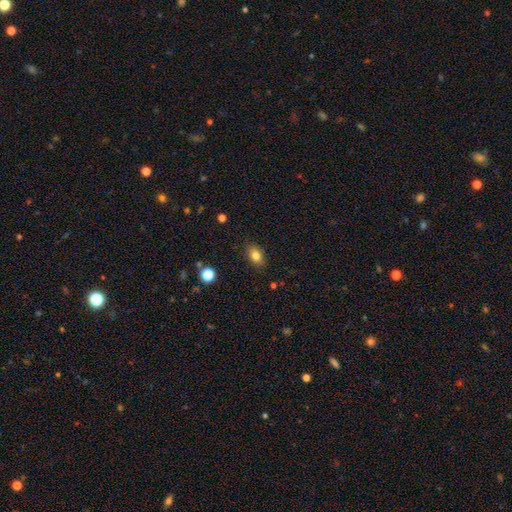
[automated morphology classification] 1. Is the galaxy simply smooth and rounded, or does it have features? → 82% smooth, 10% star or artifact, 8% featured or disk.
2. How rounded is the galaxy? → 80% in between, 18% round, 2% cigar-shaped.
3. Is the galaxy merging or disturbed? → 86% none, 10% minor disturbance, 2% major disturbance, 1% merger.